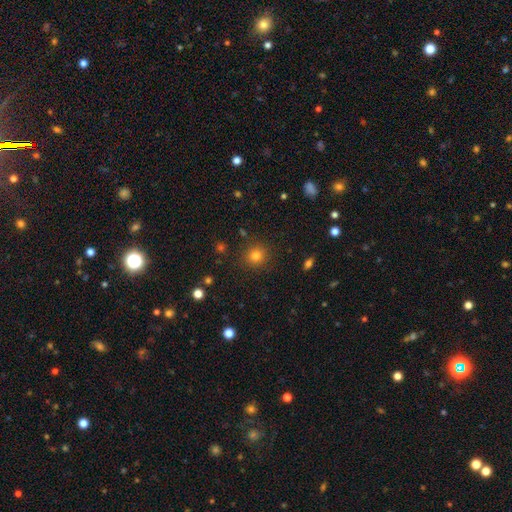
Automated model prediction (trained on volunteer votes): Overall: smooth (80%). How rounded: round (91%). Merging: none (89%).